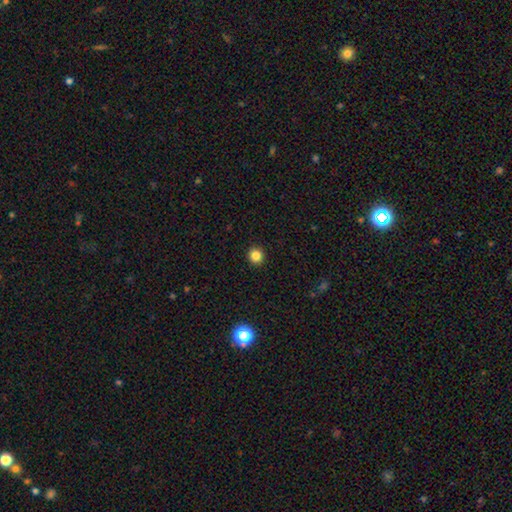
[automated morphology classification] type=smooth (84%); roundness=round (91%); merging=none (93%).